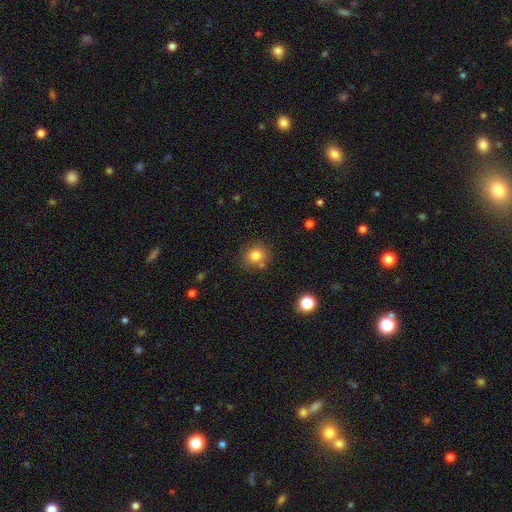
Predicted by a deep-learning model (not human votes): A smooth galaxy with no disk features (81%) that is round (81%).

Vote fractions:
- Smooth or featured? smooth: 81% / star or artifact: 11% / featured or disk: 7%
- How rounded? round: 81% / in between: 18% / cigar-shaped: 1%
- Merging? none: 72% / minor disturbance: 13% / merger: 11% / major disturbance: 4%